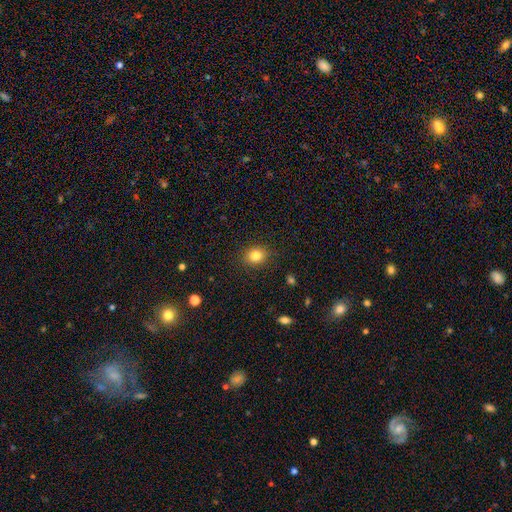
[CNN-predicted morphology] Overall: smooth (83%). How rounded: round (65%; in between 34%). Merging: none (88%).